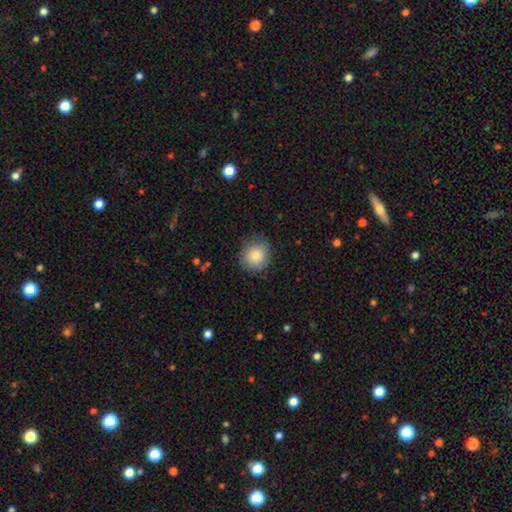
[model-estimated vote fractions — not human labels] This is clearly a smooth galaxy (85%). How rounded: clearly round (87%). Merging: clearly none (87%).